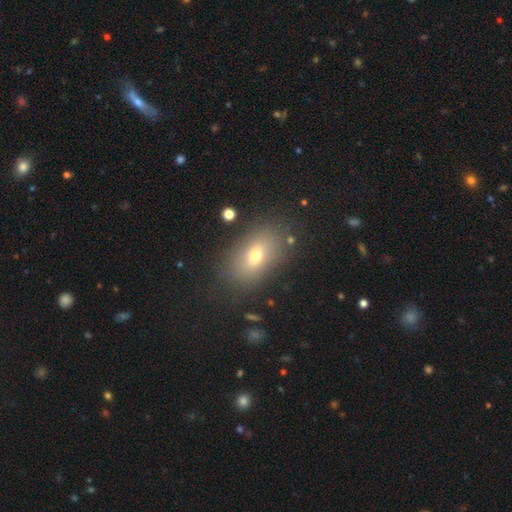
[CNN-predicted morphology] Smooth or featured? Predicted: smooth (p=0.68). How rounded? Predicted: in between (p=0.84). Merging? Predicted: none (p=0.81).